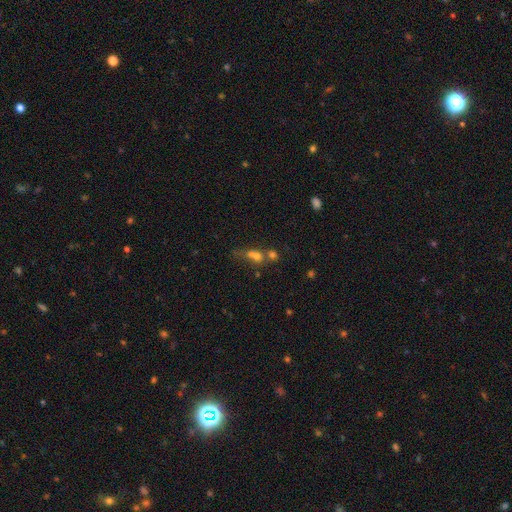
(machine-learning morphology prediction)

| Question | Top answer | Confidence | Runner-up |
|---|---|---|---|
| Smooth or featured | smooth | 59% | star or artifact (21%) |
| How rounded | round | 46% | in between (41%) |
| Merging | merger | 54% | none (27%) |